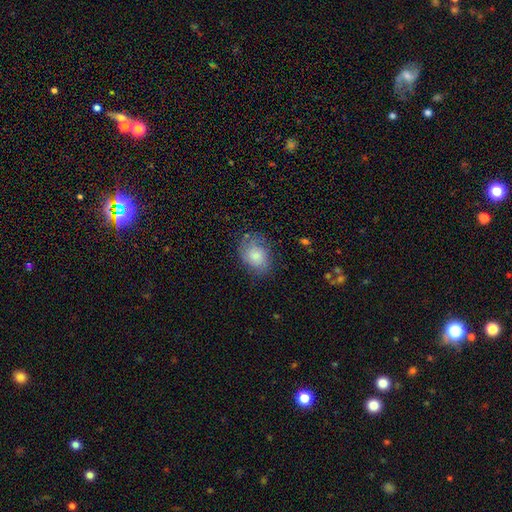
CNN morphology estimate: smooth_or_featured: smooth (p=0.70) [alt: featured or disk p=0.22]
how_rounded: in between (p=0.63) [alt: round p=0.36]
merging: none (p=0.64) [alt: minor disturbance p=0.25]